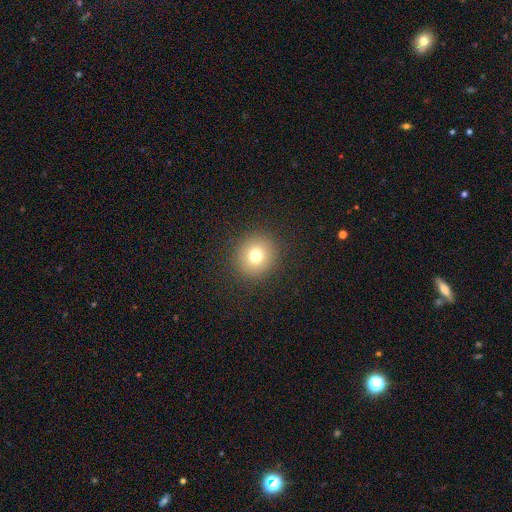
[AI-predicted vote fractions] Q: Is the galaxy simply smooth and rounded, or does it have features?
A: smooth — 76%.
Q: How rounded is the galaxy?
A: round — 92%.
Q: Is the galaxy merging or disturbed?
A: none — 91%.